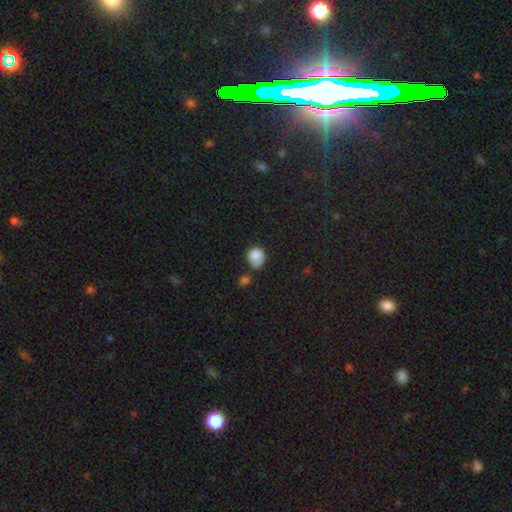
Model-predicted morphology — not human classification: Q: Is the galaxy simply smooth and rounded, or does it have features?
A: smooth — 84%.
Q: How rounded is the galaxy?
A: round — 68%.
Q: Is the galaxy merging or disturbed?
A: none — 42%.